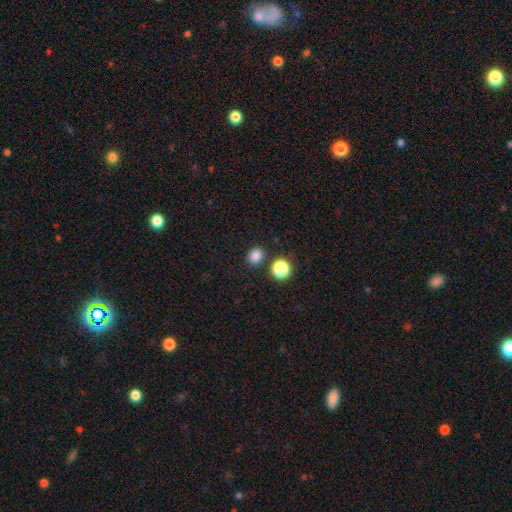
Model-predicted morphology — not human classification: Overall: smooth (82%). How rounded: round (64%; in between 35%). Merging: none (83%).